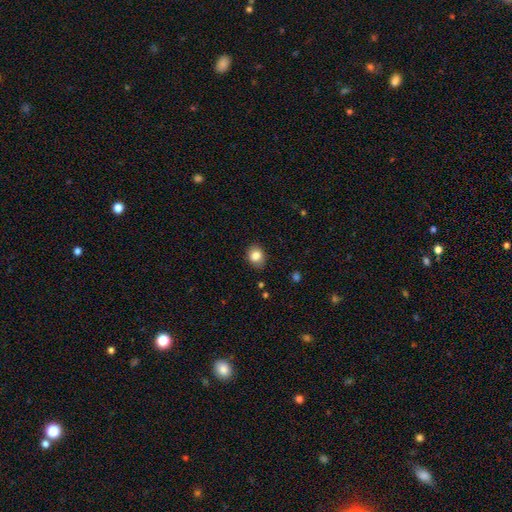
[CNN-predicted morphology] Smooth or featured: smooth — 84% (star or artifact — 9%)
How rounded: round — 50% (in between — 49%)
Merging: none — 81% (minor disturbance — 15%)